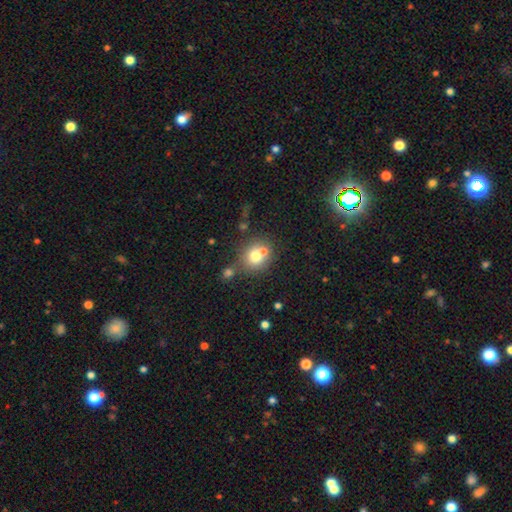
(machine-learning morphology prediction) The model was most divided on "merging": none: 53%, merger: 33%, minor disturbance: 10%, major disturbance: 4%. More confident: how rounded — round (80%); smooth or featured — smooth (71%).